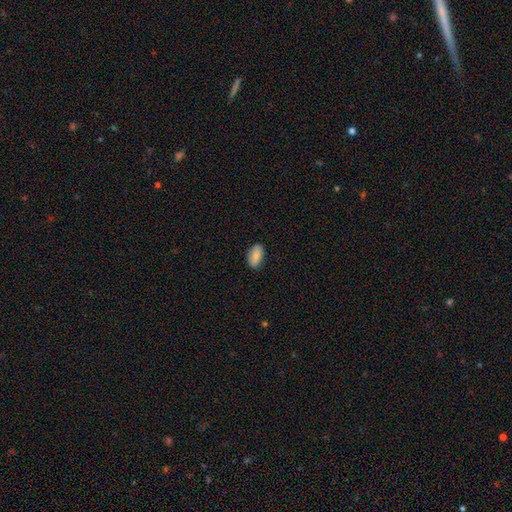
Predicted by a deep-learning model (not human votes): A smooth galaxy with no disk features (82%) that is in between round and cigar-shaped (93%).

Vote fractions:
- Smooth or featured? smooth: 82% / featured or disk: 12% / star or artifact: 7%
- How rounded? in between: 93% / round: 4% / cigar-shaped: 3%
- Merging? none: 84% / minor disturbance: 13% / major disturbance: 2% / merger: 1%